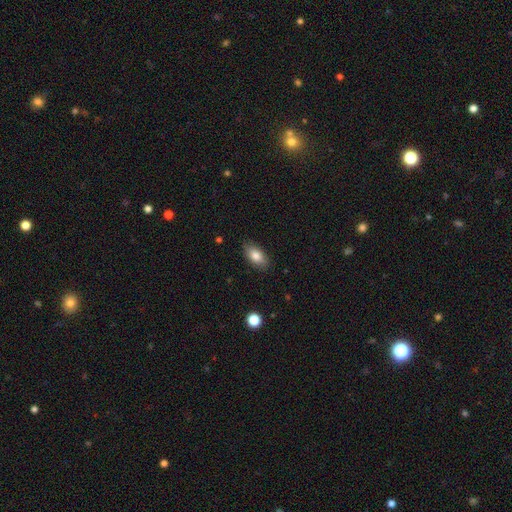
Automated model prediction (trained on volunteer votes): Smooth or featured?
  - smooth: 82% *
  - featured or disk: 10%
  - star or artifact: 8%
How rounded?
  - in between: 91% *
  - round: 5%
  - cigar-shaped: 4%
Merging?
  - none: 85% *
  - minor disturbance: 11%
  - major disturbance: 2%
  - merger: 1%